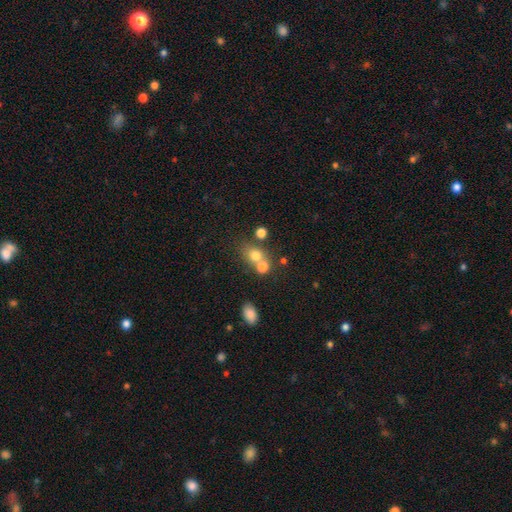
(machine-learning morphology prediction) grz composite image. It shows a smooth galaxy with no disk features (73%) that is round (66%). Merging: none (46%).